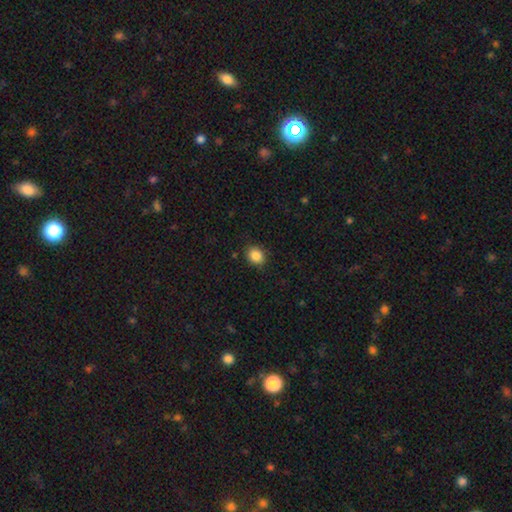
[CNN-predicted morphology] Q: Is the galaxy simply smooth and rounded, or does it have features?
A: smooth — 87%.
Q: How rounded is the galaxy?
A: round — 62%.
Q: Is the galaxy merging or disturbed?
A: none — 87%.